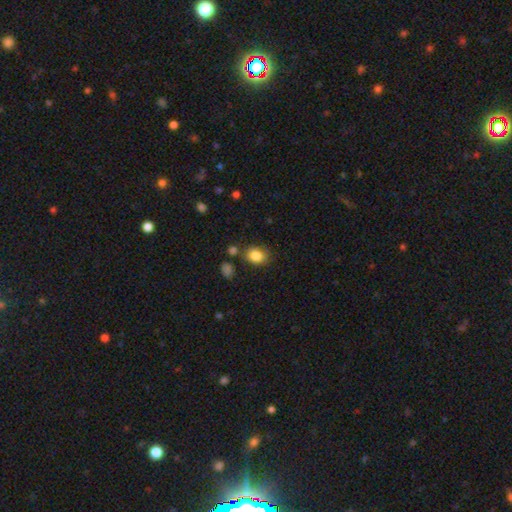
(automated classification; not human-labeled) Smooth or featured?
  - smooth: 85% *
  - star or artifact: 9%
  - featured or disk: 6%
How rounded?
  - in between: 52% *
  - round: 47%
  - cigar-shaped: 1%
Merging?
  - none: 74% *
  - minor disturbance: 15%
  - merger: 7%
  - major disturbance: 4%